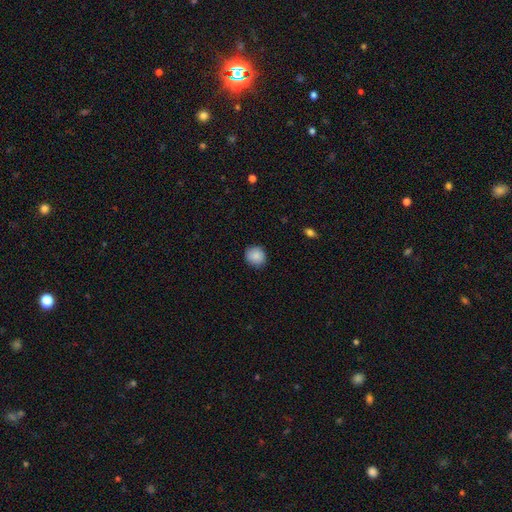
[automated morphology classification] A smooth galaxy with no disk features (88%) that is round (86%).

Vote fractions:
- Smooth or featured? smooth: 88% / star or artifact: 8% / featured or disk: 5%
- How rounded? round: 86% / in between: 13% / cigar-shaped: 1%
- Merging? none: 88% / minor disturbance: 9% / major disturbance: 2% / merger: 1%